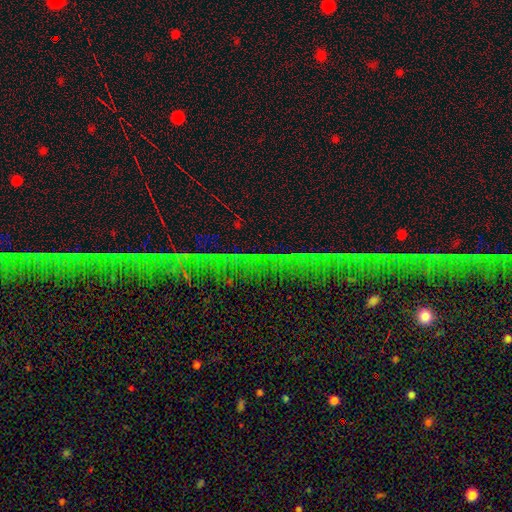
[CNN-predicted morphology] Smooth or featured?
  - star or artifact: 78% *
  - featured or disk: 13%
  - smooth: 9%